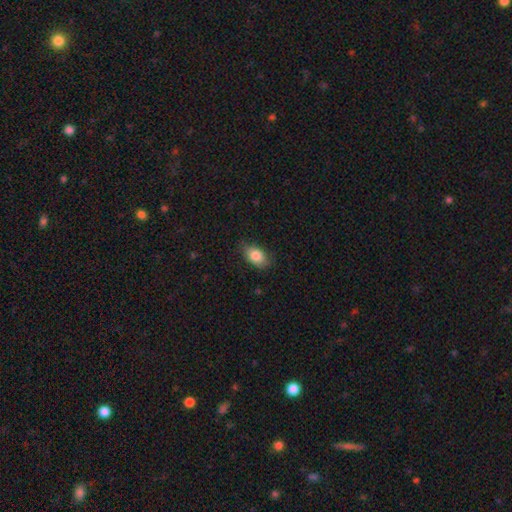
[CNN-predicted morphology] smooth-or-featured: smooth: 83% | featured or disk: 9% | star or artifact: 8%
  how-rounded: in between: 87% | round: 10% | cigar-shaped: 3%
  merging: none: 79% | minor disturbance: 17% | major disturbance: 3% | merger: 1%